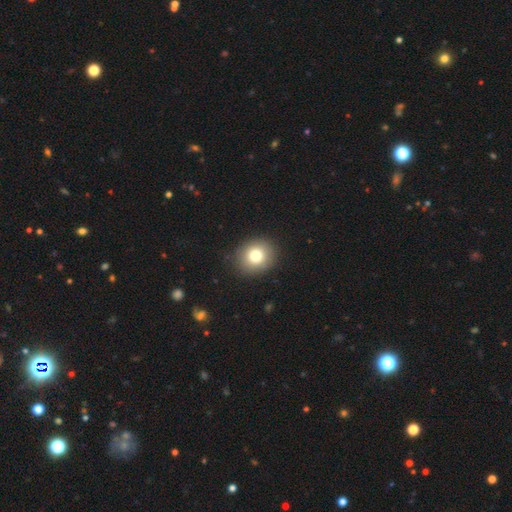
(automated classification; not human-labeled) Smooth or featured? Predicted: smooth (p=0.79). How rounded? Predicted: round (p=0.74). Merging? Predicted: none (p=0.88).